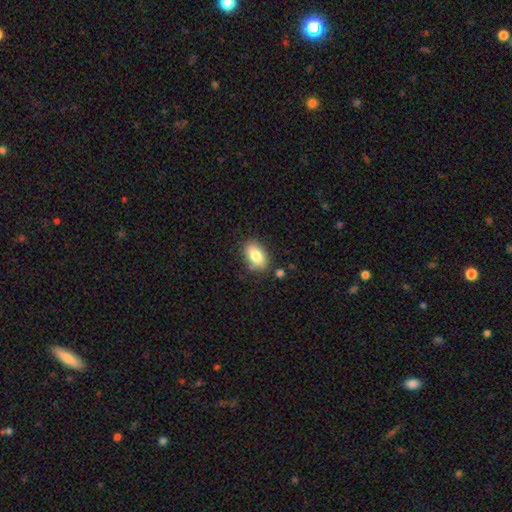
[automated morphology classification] smooth_or_featured: smooth (p=0.81) [alt: featured or disk p=0.12]
how_rounded: in between (p=0.90) [alt: round p=0.08]
merging: none (p=0.81) [alt: minor disturbance p=0.13]